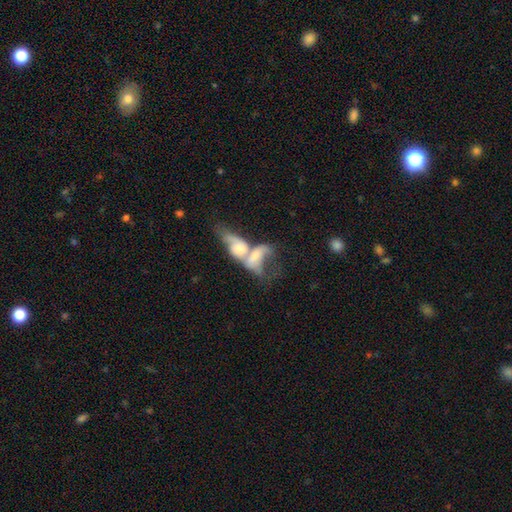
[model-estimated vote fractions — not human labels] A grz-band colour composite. It shows a featured or disk galaxy (50%). Merging: merger (82%).